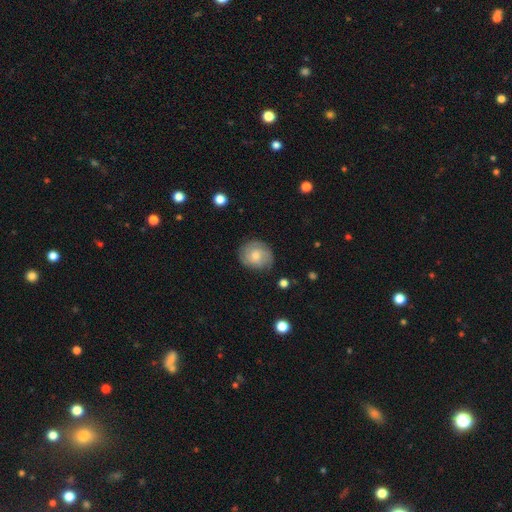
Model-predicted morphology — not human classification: Overall: smooth (60%; featured or disk 33%). How rounded: round (77%). Merging: none (75%).